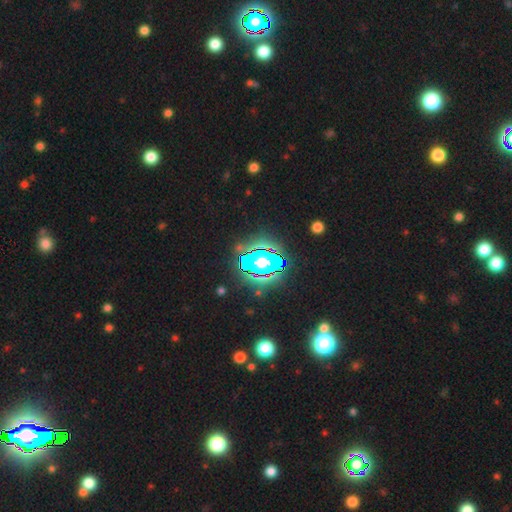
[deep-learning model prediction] Smooth or featured? Predicted: star or artifact (p=0.82).